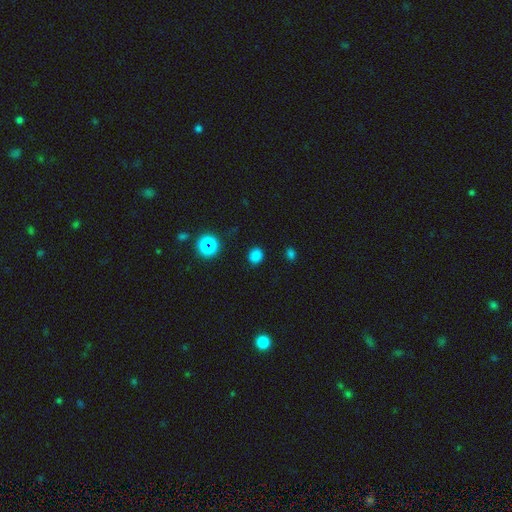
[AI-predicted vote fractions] Morphology: type=smooth (79%); roundness=round (78%); merging=none (88%).